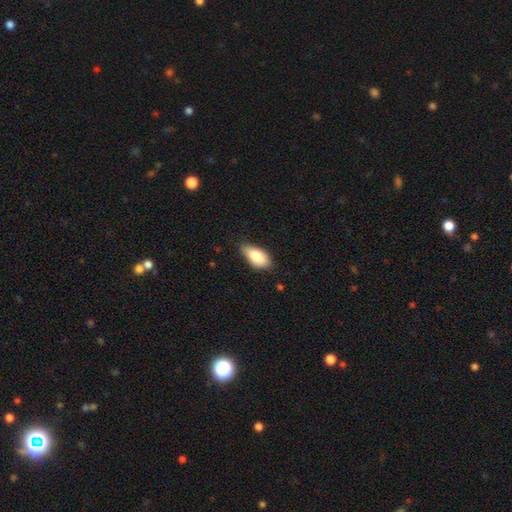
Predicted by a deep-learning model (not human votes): smooth-or-featured: smooth: 84% | featured or disk: 10% | star or artifact: 7%
  how-rounded: in between: 91% | cigar-shaped: 6% | round: 3%
  merging: none: 67% | minor disturbance: 28% | major disturbance: 4% | merger: 1%